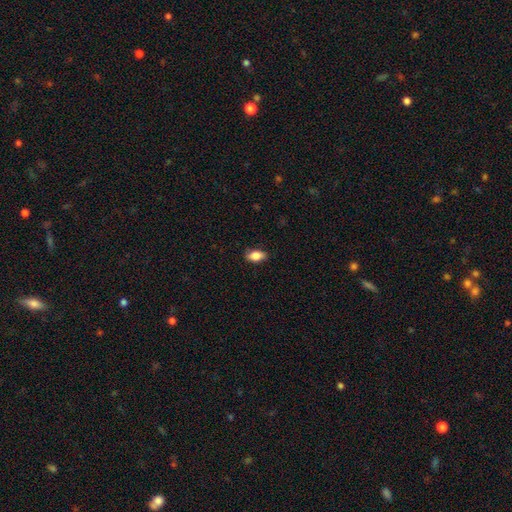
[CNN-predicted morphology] Smooth or featured? Predicted: smooth (p=0.83). How rounded? Predicted: in between (p=0.89). Merging? Predicted: none (p=0.84).